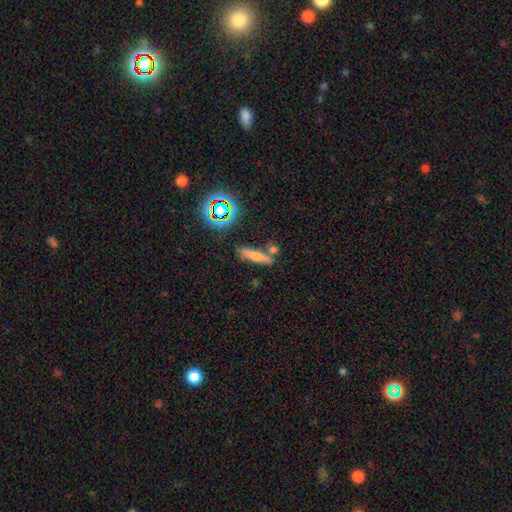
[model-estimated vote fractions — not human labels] This is possibly a smooth galaxy (52%). How rounded: likely cigar-shaped (73%). Merging: likely none (68%).